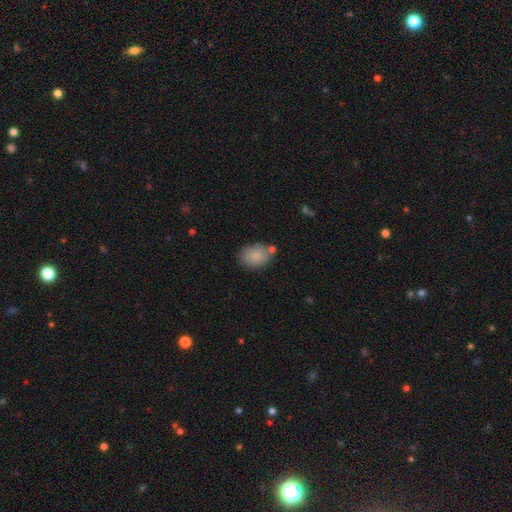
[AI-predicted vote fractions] Smooth or featured?
  - smooth: 85% *
  - star or artifact: 8%
  - featured or disk: 7%
How rounded?
  - in between: 75% *
  - round: 24%
  - cigar-shaped: 1%
Merging?
  - none: 73% *
  - minor disturbance: 15%
  - merger: 9%
  - major disturbance: 4%